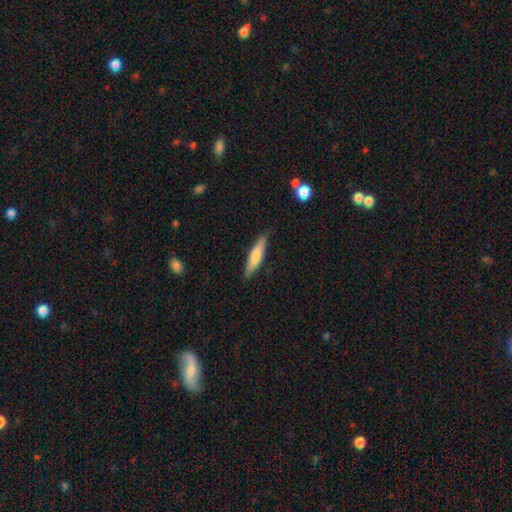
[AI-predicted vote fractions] Smooth or featured? Predicted: smooth (p=0.66). How rounded? Predicted: cigar-shaped (p=0.83). Merging? Predicted: none (p=0.86).